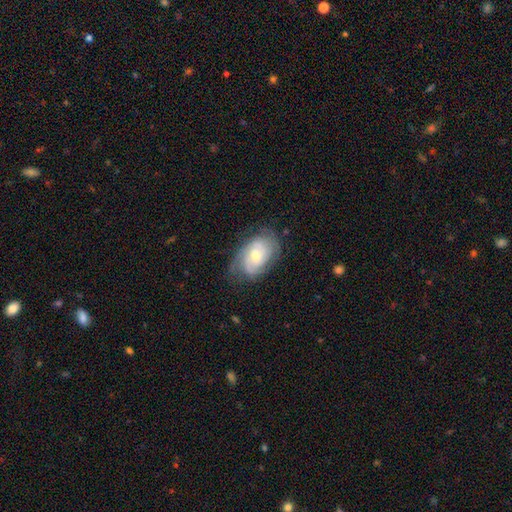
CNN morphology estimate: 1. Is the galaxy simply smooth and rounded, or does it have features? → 67% featured or disk, 27% smooth, 7% star or artifact.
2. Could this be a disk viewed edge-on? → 95% no, 5% yes.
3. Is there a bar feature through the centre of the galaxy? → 59% no, 35% weak, 6% strong.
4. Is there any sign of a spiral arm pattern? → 86% yes, 14% no.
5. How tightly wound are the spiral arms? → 52% tight, 35% medium, 13% loose.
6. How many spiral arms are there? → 40% can't tell, 31% 2, 15% 3, 5% 1, 5% 4, 3% more than 4.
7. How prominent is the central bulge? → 54% moderate, 40% small, 4% large, 1% none, 1% dominant.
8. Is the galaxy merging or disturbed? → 64% none, 25% minor disturbance, 10% major disturbance, 1% merger.